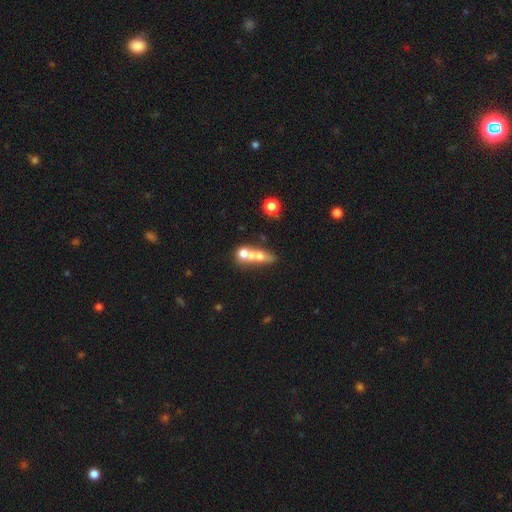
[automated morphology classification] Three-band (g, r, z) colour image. It shows a smooth galaxy with no disk features (52%) that is round (48%). Merging: merger (56%).